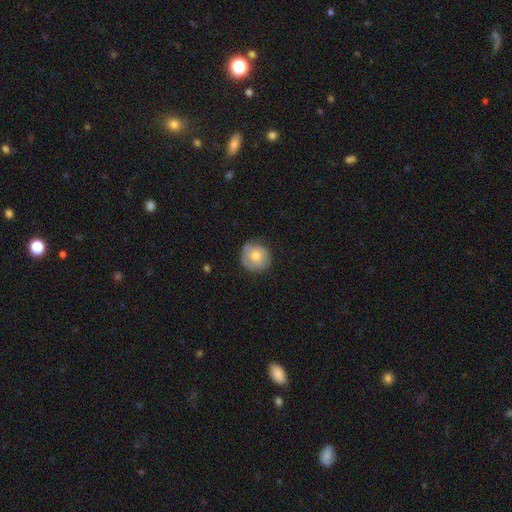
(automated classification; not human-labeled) smooth-or-featured: smooth: 66% | featured or disk: 26% | star or artifact: 7%
  how-rounded: round: 90% | in between: 9% | cigar-shaped: 1%
  merging: none: 76% | minor disturbance: 19% | major disturbance: 4% | merger: 1%